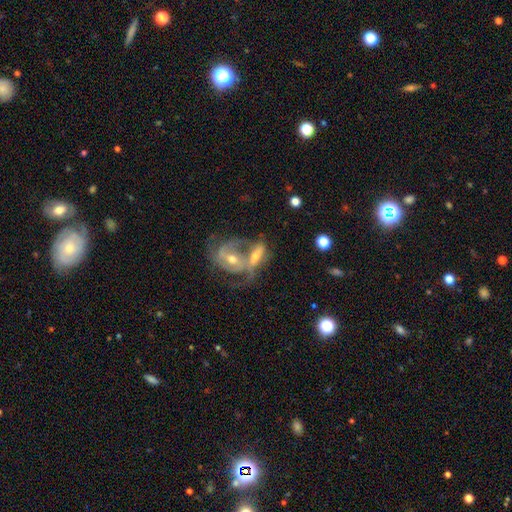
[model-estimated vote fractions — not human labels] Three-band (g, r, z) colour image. It shows a featured or disk galaxy (68%) with a weak bar (38%), spiral arms (76%) and a moderate central bulge (62%). Merging: merger (67%).